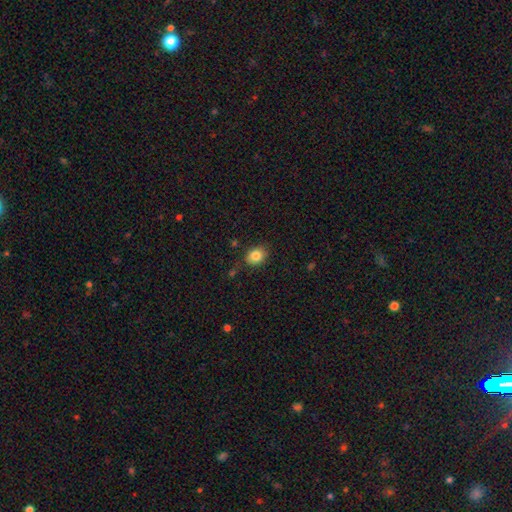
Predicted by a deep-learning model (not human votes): smooth-or-featured: smooth: 84% | star or artifact: 9% | featured or disk: 7%
  how-rounded: in between: 54% | round: 45% | cigar-shaped: 1%
  merging: none: 80% | minor disturbance: 15% | major disturbance: 3% | merger: 2%